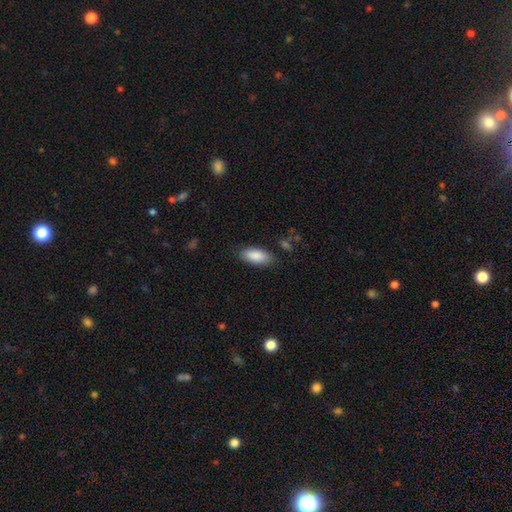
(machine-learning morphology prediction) Smooth or featured? smooth (88%)
How rounded? in between (85%)
Merging? none (83%)